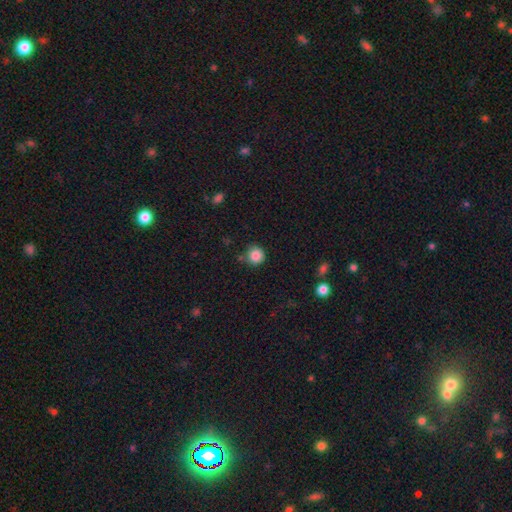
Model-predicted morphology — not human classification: A smooth galaxy with no disk features (86%) that is round (93%). Merging: none (78%).